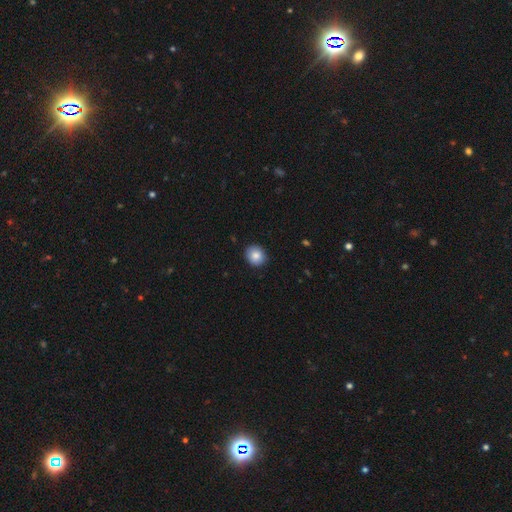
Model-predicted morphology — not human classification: Smooth or featured?
  - smooth: 86% *
  - star or artifact: 8%
  - featured or disk: 6%
How rounded?
  - round: 79% *
  - in between: 20%
  - cigar-shaped: 1%
Merging?
  - none: 90% *
  - minor disturbance: 8%
  - major disturbance: 2%
  - merger: 1%